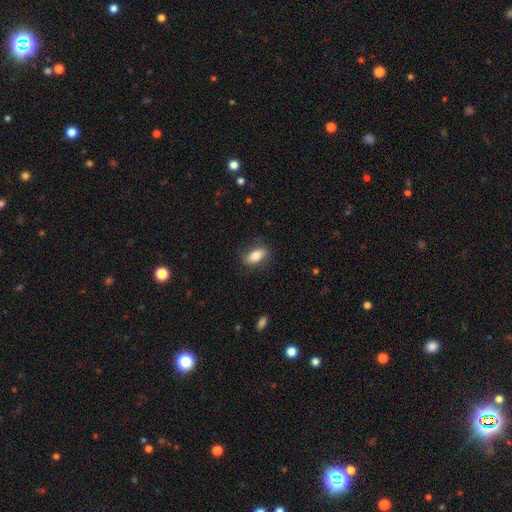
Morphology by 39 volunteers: This appears to be a smooth galaxy with no disk features (64%) that is in between round and cigar-shaped (96%). Merging: none (89%).